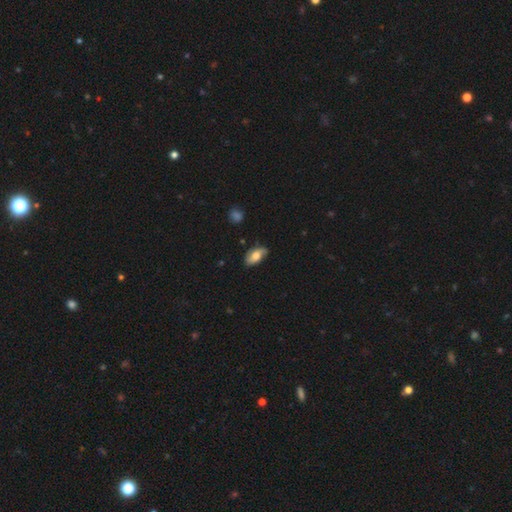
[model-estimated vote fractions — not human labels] The model was most divided on "smooth or featured": smooth: 62%, featured or disk: 31%, star or artifact: 7%. More confident: how rounded — in between (91%); merging — none (66%).